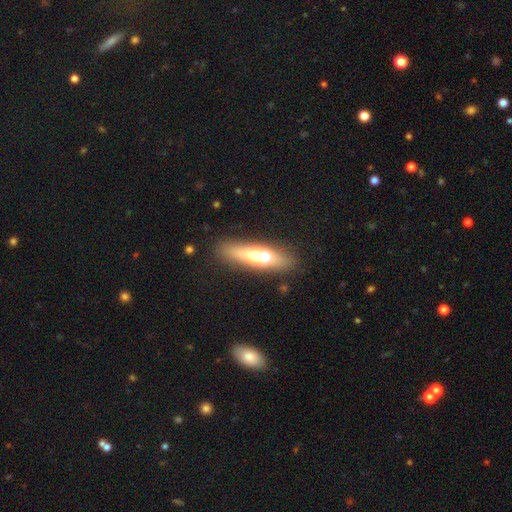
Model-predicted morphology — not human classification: The model was most divided on "smooth or featured": smooth: 47%, featured or disk: 41%, star or artifact: 12%. More confident: merging — none (64%).